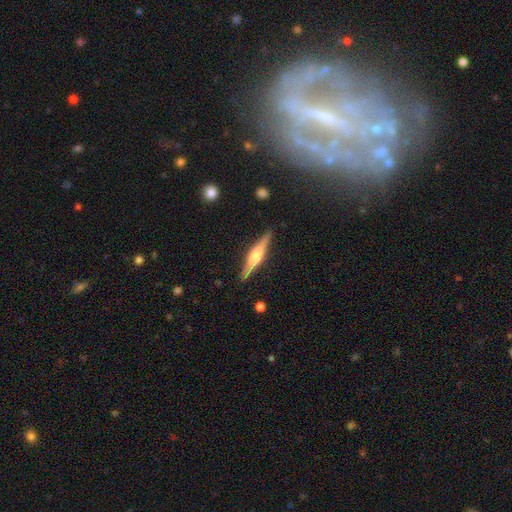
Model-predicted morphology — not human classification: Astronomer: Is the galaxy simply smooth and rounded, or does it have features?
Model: featured or disk — 69%.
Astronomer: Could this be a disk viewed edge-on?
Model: yes — 97%.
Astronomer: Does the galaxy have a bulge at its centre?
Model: rounded — 84%.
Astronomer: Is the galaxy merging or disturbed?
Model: none — 89%.